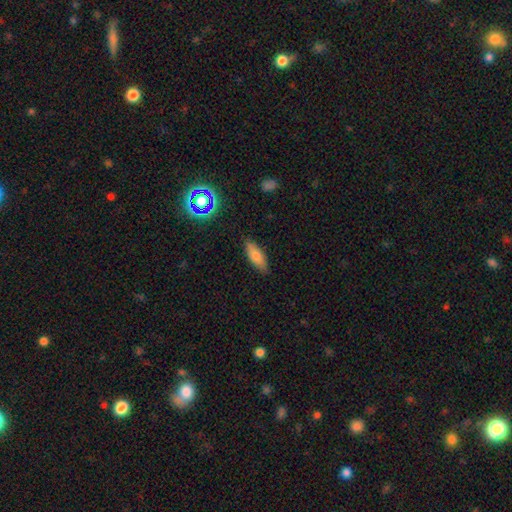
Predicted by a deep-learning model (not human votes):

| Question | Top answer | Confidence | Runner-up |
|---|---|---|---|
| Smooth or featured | smooth | 75% | featured or disk (16%) |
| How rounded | in between | 68% | cigar-shaped (30%) |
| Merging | none | 84% | minor disturbance (13%) |